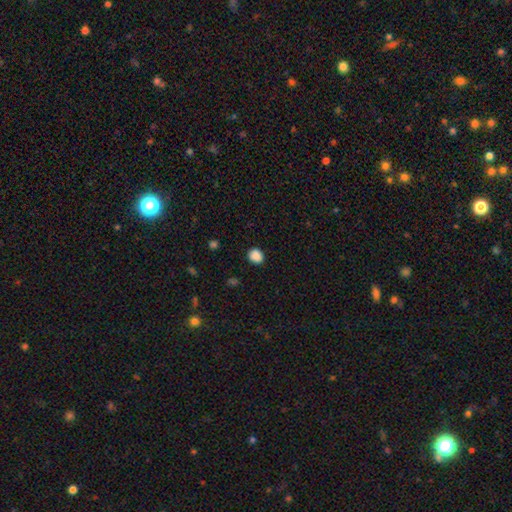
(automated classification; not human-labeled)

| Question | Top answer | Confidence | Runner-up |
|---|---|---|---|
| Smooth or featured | smooth | 88% | star or artifact (10%) |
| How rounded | round | 67% | in between (32%) |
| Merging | none | 87% | minor disturbance (10%) |